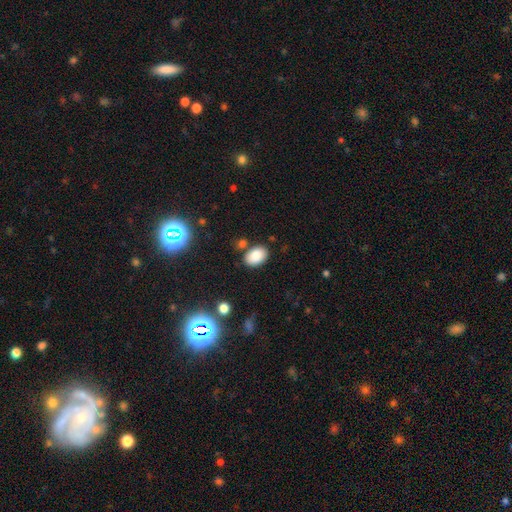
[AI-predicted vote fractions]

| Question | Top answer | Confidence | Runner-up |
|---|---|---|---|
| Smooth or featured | smooth | 85% | star or artifact (9%) |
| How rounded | in between | 87% | round (12%) |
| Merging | none | 79% | minor disturbance (12%) |